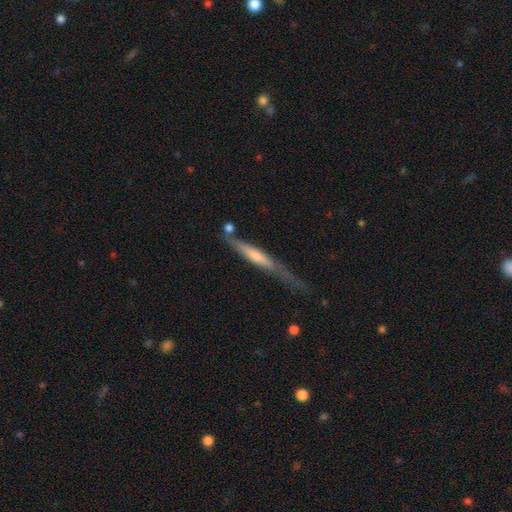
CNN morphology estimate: smooth-or-featured: featured or disk: 66% | smooth: 26% | star or artifact: 8%
  disk-edge-on: yes: 92% | no: 8%
    edge-on-bulge: rounded: 49% | none: 32% | boxy: 19%
  merging: none: 59% | minor disturbance: 27% | major disturbance: 9% | merger: 6%